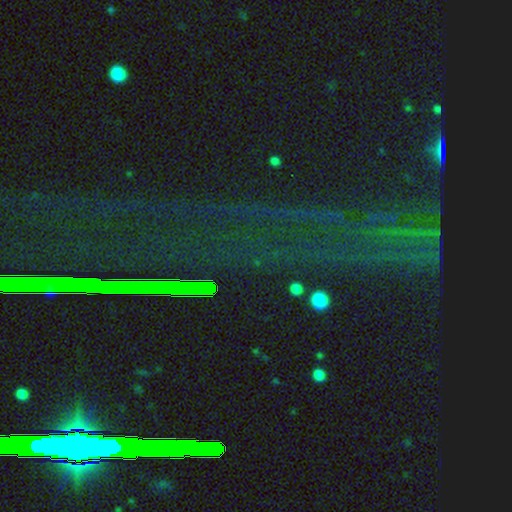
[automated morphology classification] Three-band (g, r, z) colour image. It shows a star or artifact, not a galaxy (82%).